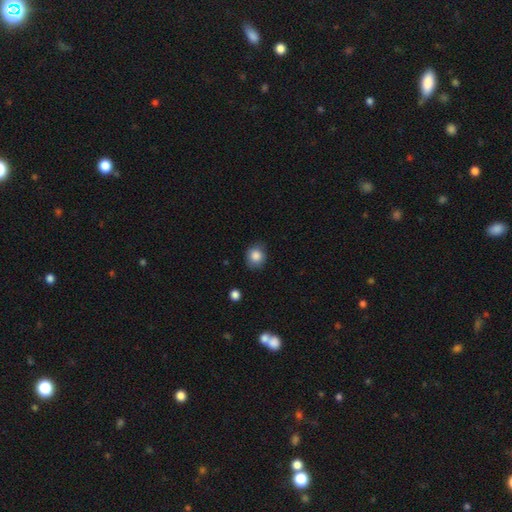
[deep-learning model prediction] This appears to be a smooth galaxy with no disk features (85%) that is round (76%). Merging: none (80%).